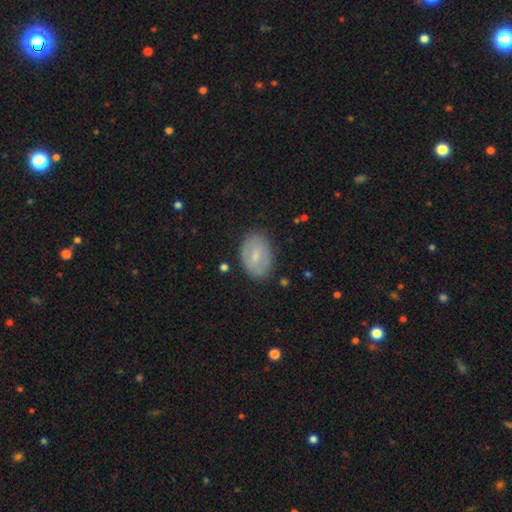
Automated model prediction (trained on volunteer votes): Overall: smooth (55%; featured or disk 38%). How rounded: in between (83%). Merging: none (81%).